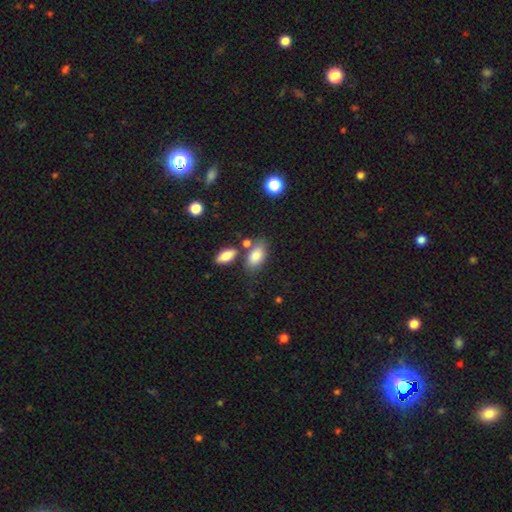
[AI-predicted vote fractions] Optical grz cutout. It shows a smooth galaxy with no disk features (80%) that is in between round and cigar-shaped (89%). Merging: none (64%).